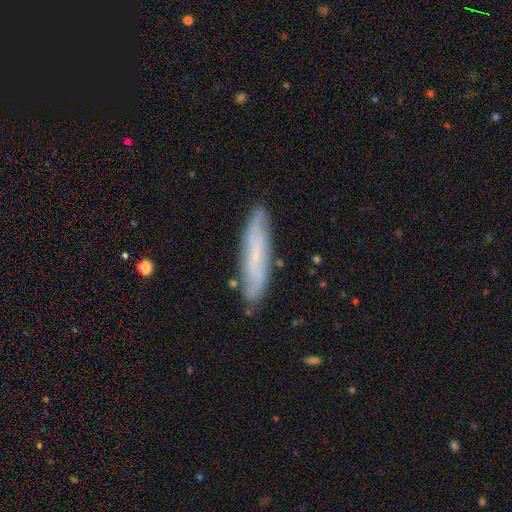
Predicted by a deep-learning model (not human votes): smooth_or_featured: featured or disk (p=0.48) [alt: smooth p=0.44]
merging: none (p=0.81) [alt: minor disturbance p=0.14]